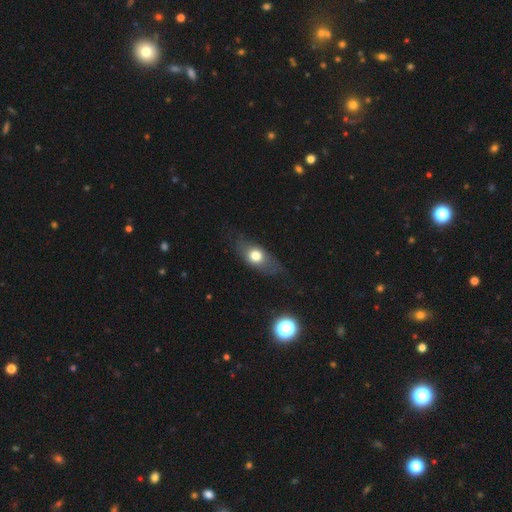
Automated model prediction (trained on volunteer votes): Smooth or featured?
  - smooth: 62% *
  - featured or disk: 29%
  - star or artifact: 9%
How rounded?
  - in between: 66% *
  - round: 21%
  - cigar-shaped: 13%
Merging?
  - none: 69% *
  - minor disturbance: 20%
  - major disturbance: 9%
  - merger: 2%